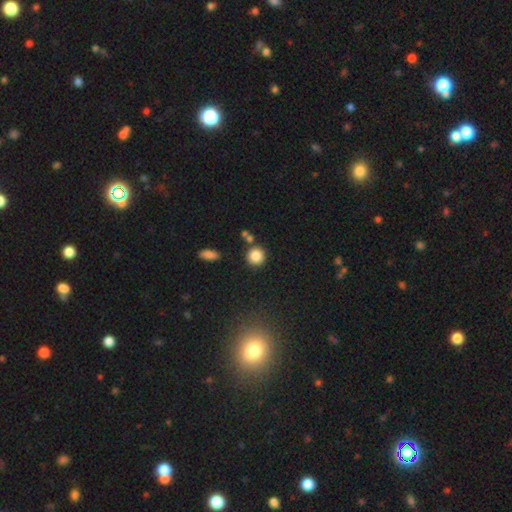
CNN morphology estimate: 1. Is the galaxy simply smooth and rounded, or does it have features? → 85% smooth, 10% star or artifact, 5% featured or disk.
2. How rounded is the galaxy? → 92% round, 7% in between, 1% cigar-shaped.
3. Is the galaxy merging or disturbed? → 78% none, 10% merger, 8% minor disturbance, 3% major disturbance.